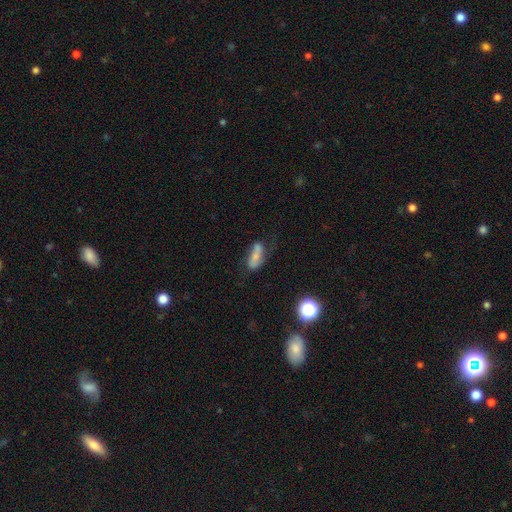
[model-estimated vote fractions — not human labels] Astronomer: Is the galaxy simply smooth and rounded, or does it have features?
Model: smooth — 52% (runner-up: featured or disk, 38%).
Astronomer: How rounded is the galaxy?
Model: in between — 71%.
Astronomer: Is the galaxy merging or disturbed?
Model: none — 50% (runner-up: minor disturbance, 27%).